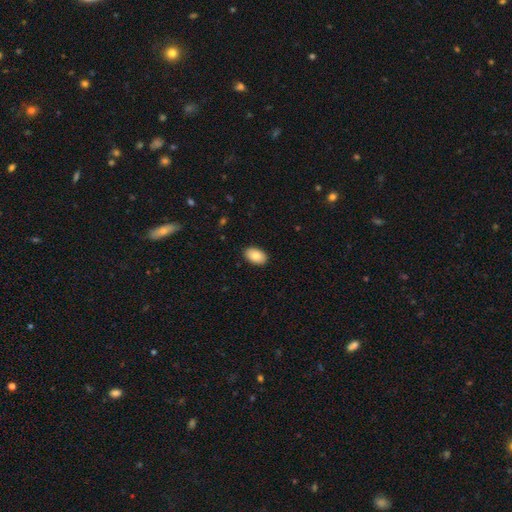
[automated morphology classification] Overall: smooth (87%). How rounded: in between (92%). Merging: none (90%).